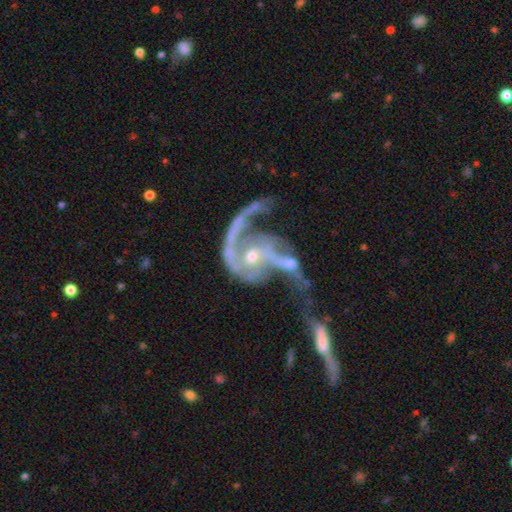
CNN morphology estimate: Smooth or featured?
  - featured or disk: 86% *
  - star or artifact: 7%
  - smooth: 7%
Edge-on disk?
  - no: 95% *
  - yes: 5%
Bar?
  - no: 56% *
  - weak: 30%
  - strong: 14%
Spiral arms?
  - yes: 89% *
  - no: 11%
Spiral winding?
  - loose: 49% *
  - medium: 34%
  - tight: 17%
Spiral arm count?
  - 2: 53% *
  - 1: 26%
  - can't tell: 12%
  - 3: 5%
  - 4: 2%
  - more than 4: 2%
Bulge size?
  - small: 47% *
  - moderate: 44%
  - none: 5%
  - large: 3%
  - dominant: 1%
Merging?
  - merger: 61% *
  - major disturbance: 20%
  - none: 12%
  - minor disturbance: 7%